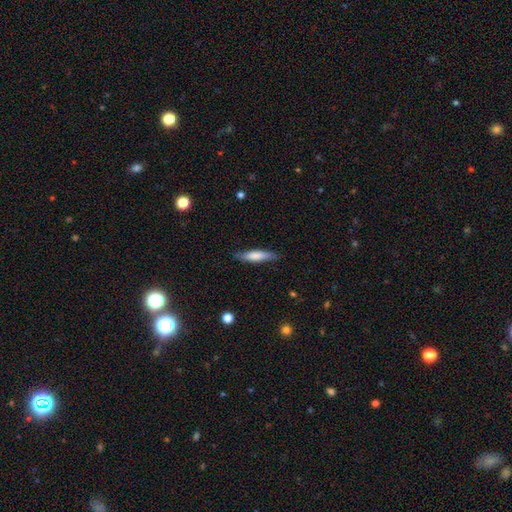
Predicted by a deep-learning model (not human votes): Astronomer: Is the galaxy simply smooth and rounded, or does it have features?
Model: smooth — 70%.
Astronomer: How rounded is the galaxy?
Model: cigar-shaped — 79%.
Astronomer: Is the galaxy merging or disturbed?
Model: none — 84%.